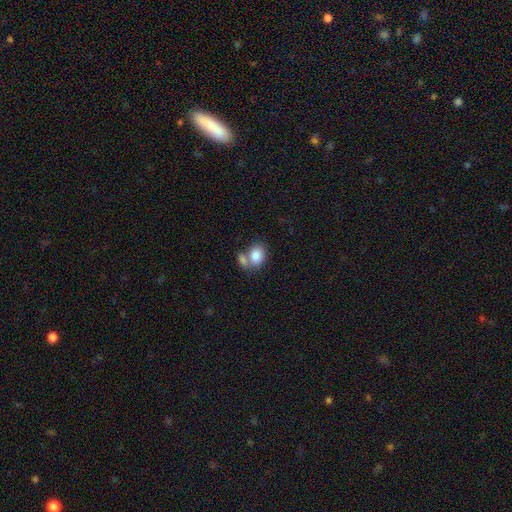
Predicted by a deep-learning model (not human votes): smooth 84%, featured or disk 8%, star or artifact 8%. Down the decision tree: how rounded — in between (69%); merging — merger (46%).